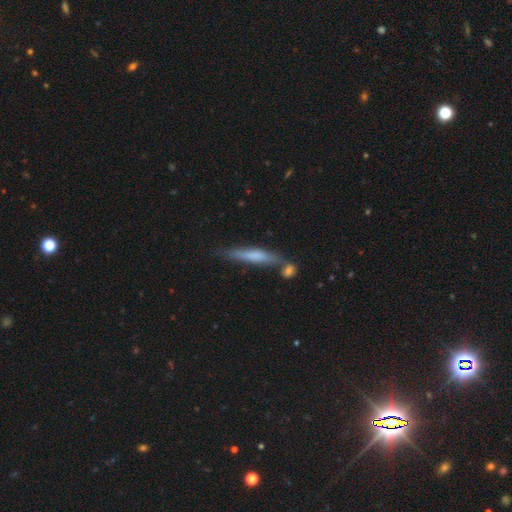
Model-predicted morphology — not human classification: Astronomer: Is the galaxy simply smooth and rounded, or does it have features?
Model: smooth — 58% (runner-up: featured or disk, 36%).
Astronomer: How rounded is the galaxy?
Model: cigar-shaped — 88%.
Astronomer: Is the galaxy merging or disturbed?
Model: none — 53%.